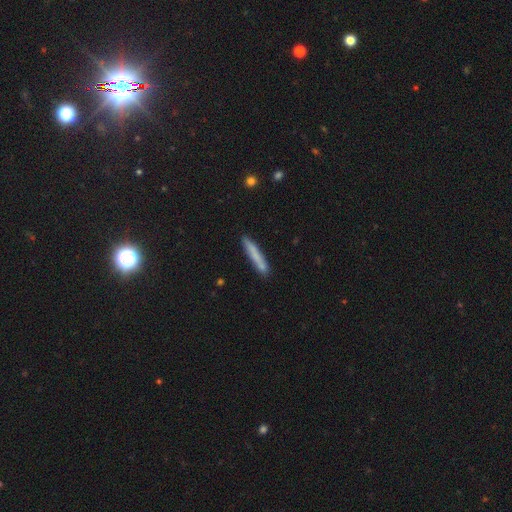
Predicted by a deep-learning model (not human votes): This is likely a smooth galaxy (72%). How rounded: clearly cigar-shaped (95%). Merging: clearly none (83%).